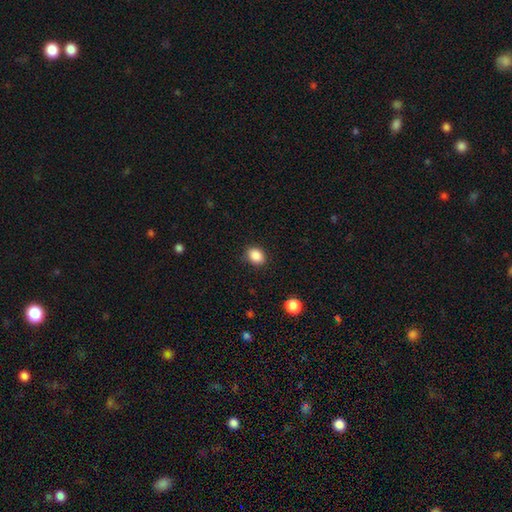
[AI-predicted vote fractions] Morphology: type=smooth (87%); roundness=in between (55%); merging=none (86%).